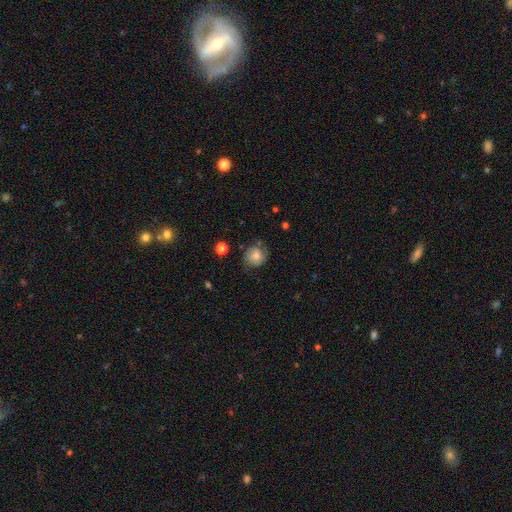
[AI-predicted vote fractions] Morphology: type=smooth (67%); roundness=round (81%); merging=none (69%).